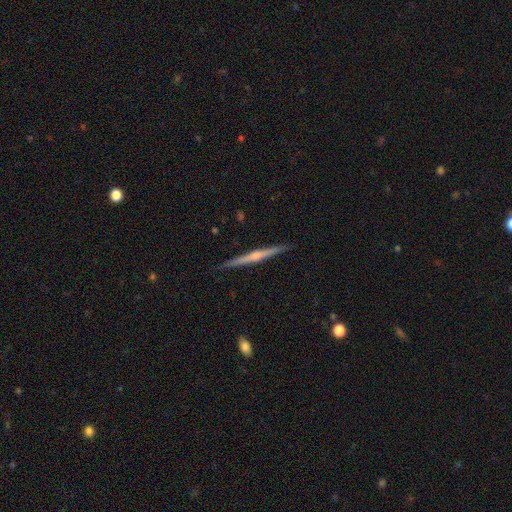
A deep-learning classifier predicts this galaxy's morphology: A featured or disk galaxy (74%) viewed edge-on (98%) with a rounded central bulge (72%). Merging: none (91%).